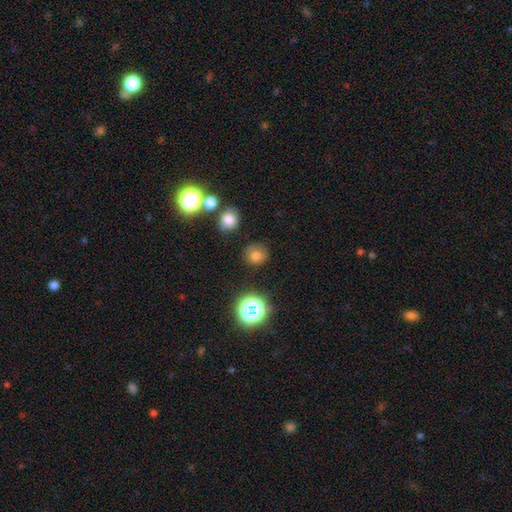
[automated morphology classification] Smooth or featured?
  - smooth: 75% *
  - star or artifact: 17%
  - featured or disk: 7%
How rounded?
  - round: 85% *
  - in between: 14%
  - cigar-shaped: 1%
Merging?
  - none: 77% *
  - minor disturbance: 15%
  - major disturbance: 5%
  - merger: 3%